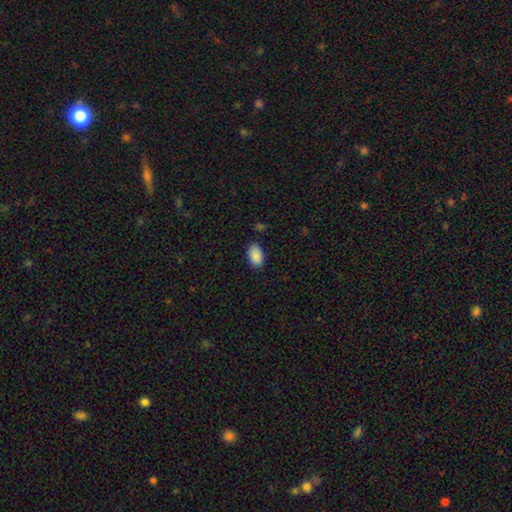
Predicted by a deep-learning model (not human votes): A smooth galaxy with no disk features (89%) that is in between round and cigar-shaped (93%). Merging: none (82%).